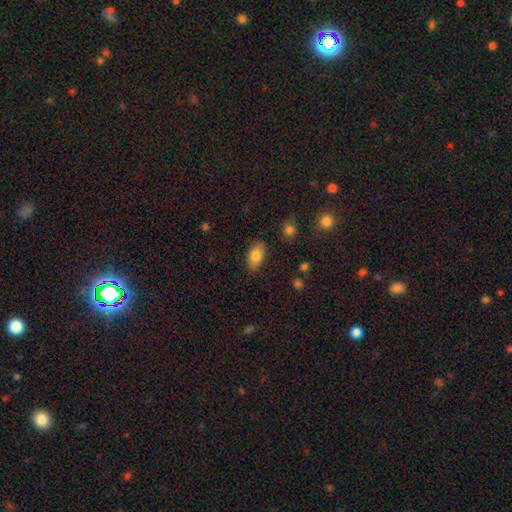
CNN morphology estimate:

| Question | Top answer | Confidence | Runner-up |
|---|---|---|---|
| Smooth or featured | smooth | 80% | featured or disk (11%) |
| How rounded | in between | 90% | round (5%) |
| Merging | none | 85% | minor disturbance (11%) |